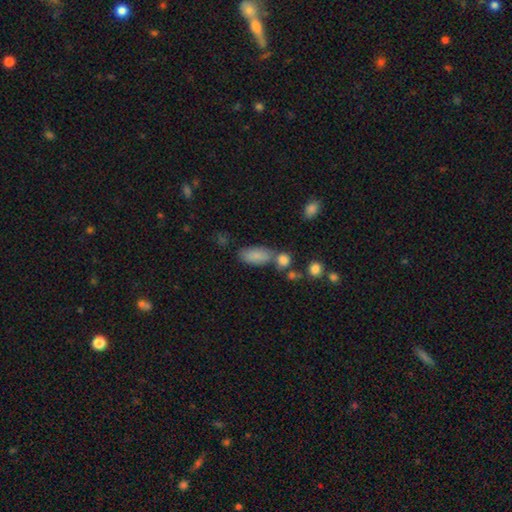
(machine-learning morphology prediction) smooth-or-featured: smooth: 83% | featured or disk: 9% | star or artifact: 8%
  how-rounded: in between: 90% | cigar-shaped: 6% | round: 4%
  merging: none: 56% | merger: 23% | minor disturbance: 16% | major disturbance: 6%